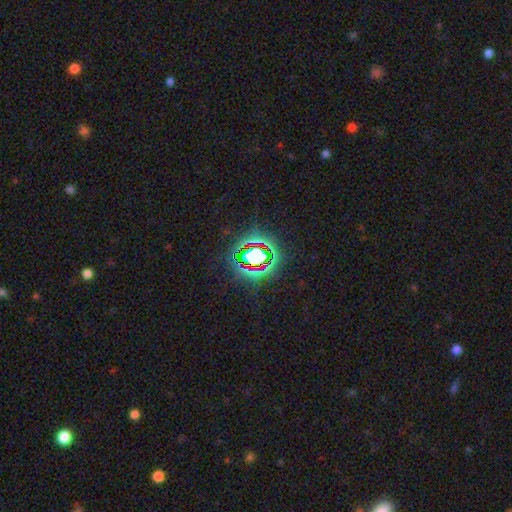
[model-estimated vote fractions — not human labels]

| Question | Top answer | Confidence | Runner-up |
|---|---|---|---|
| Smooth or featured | star or artifact | 73% | smooth (16%) |